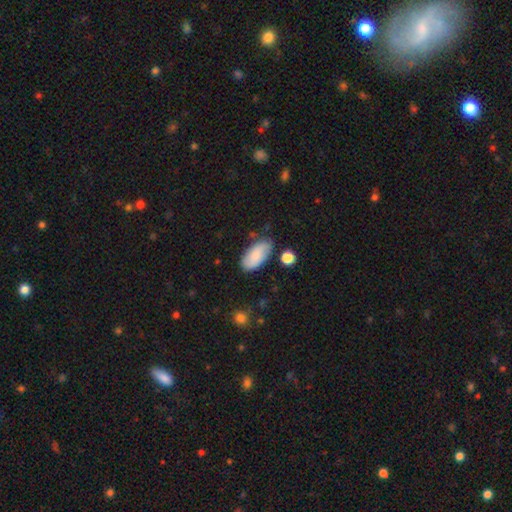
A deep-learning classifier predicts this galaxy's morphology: A smooth galaxy with no disk features (72%) that is in between round and cigar-shaped (92%). Merging: none (73%).